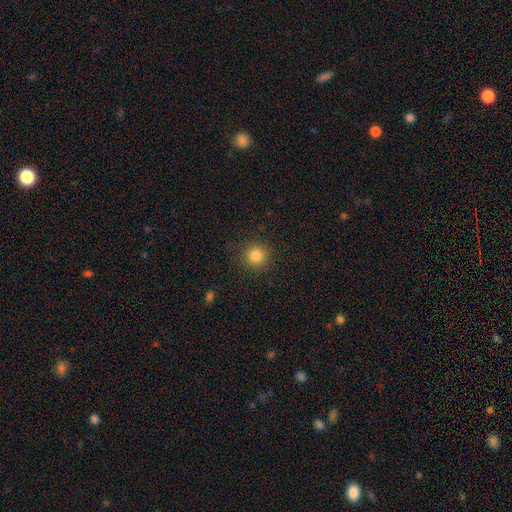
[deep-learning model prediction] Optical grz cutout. It shows a smooth galaxy with no disk features (84%) that is round (94%). Merging: none (90%).